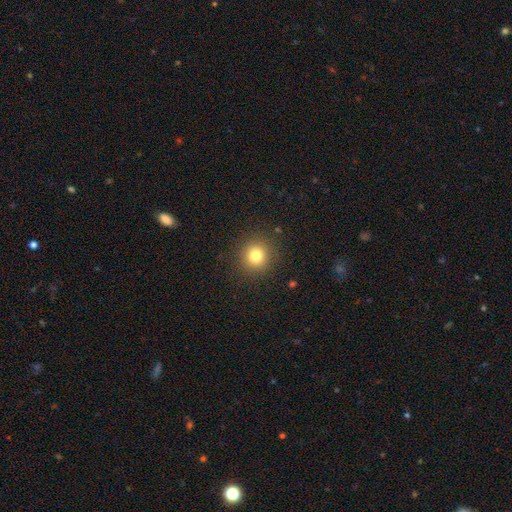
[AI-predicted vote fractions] A smooth galaxy with no disk features (79%) that is round (92%).

Vote fractions:
- Smooth or featured? smooth: 79% / star or artifact: 13% / featured or disk: 7%
- How rounded? round: 92% / in between: 8% / cigar-shaped: 1%
- Merging? none: 90% / minor disturbance: 7% / major disturbance: 3% / merger: 1%